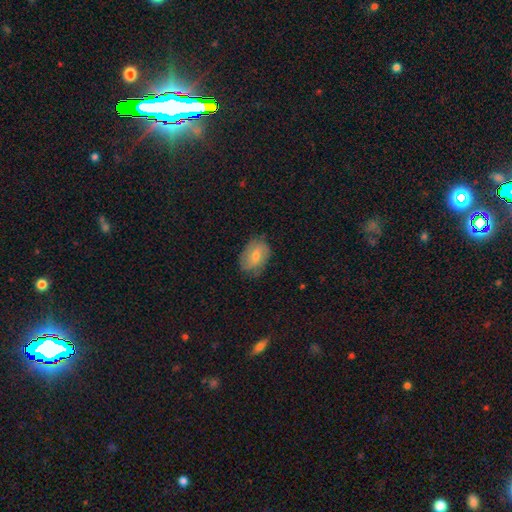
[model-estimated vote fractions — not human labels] Q: Smooth or featured?
A: smooth (50%); runner-up: featured or disk (41%)
Q: Merging?
A: none (75%); runner-up: minor disturbance (19%)